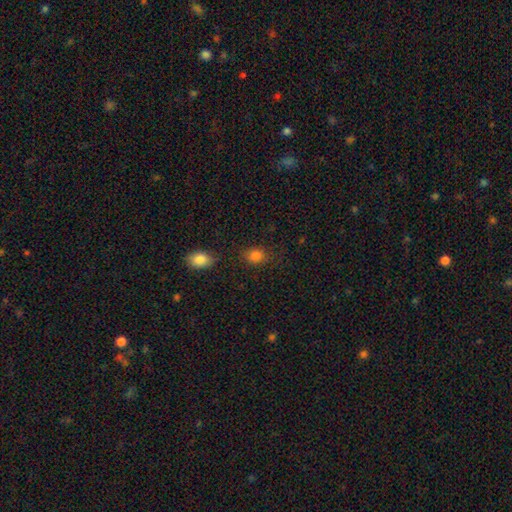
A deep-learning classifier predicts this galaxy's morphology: Smooth or featured: smooth — 83% (star or artifact — 12%)
How rounded: round — 52% (in between — 47%)
Merging: none — 78% (minor disturbance — 14%)